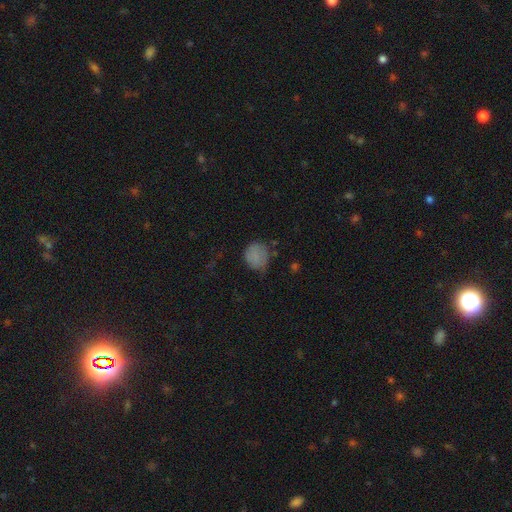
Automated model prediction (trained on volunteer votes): Overall: smooth (79%). How rounded: round (73%). Merging: none (49%; minor disturbance 36%).